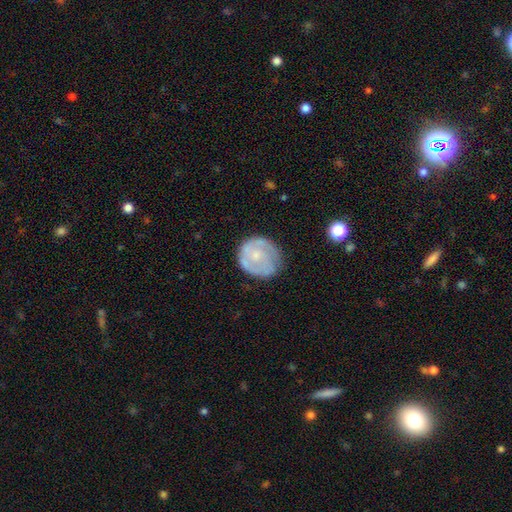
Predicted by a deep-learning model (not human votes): The model was most divided on "bulge size": small: 47%, moderate: 38%, none: 10%, large: 3%, dominant: 1%. More confident: edge-on disk — no (98%); bar — no (78%); spiral arms — yes (74%); merging — none (70%); smooth or featured — featured or disk (63%).